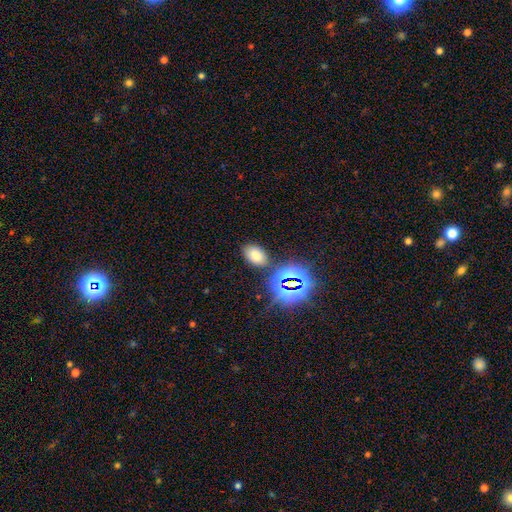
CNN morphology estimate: Smooth or featured? smooth (67%)
How rounded? in between (84%)
Merging? none (82%)